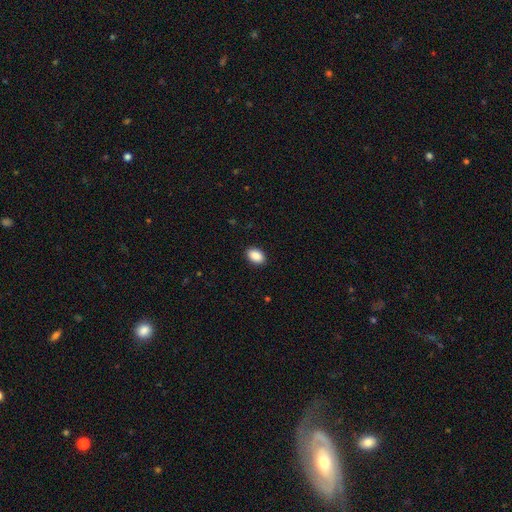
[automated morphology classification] smooth 90%, star or artifact 7%, featured or disk 3%. Down the decision tree: how rounded — in between (87%); merging — none (90%).